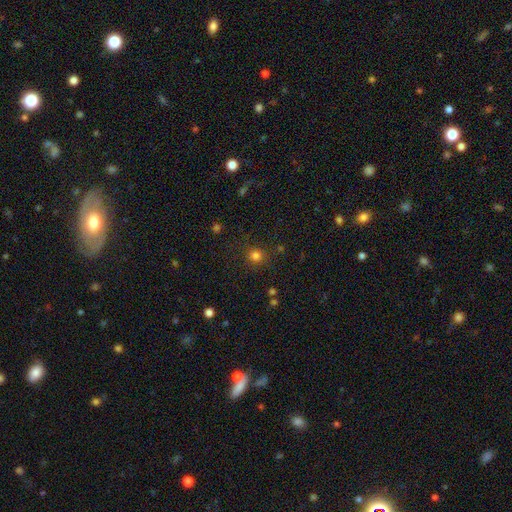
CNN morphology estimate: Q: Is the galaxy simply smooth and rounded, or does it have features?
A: smooth — 79%.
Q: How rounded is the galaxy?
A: round — 88%.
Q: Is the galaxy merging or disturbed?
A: none — 85%.